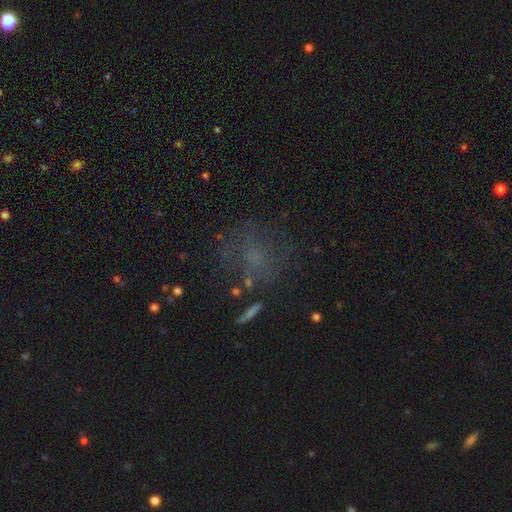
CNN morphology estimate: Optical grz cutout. It shows a smooth galaxy with no disk features (44%). Merging: none (58%).